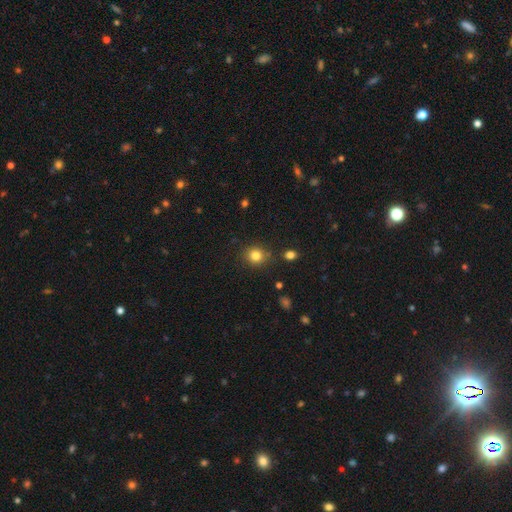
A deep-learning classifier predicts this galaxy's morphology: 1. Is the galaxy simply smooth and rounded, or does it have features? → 82% smooth, 12% star or artifact, 6% featured or disk.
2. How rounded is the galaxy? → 83% round, 16% in between, 1% cigar-shaped.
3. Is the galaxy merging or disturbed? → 83% none, 10% minor disturbance, 4% merger, 3% major disturbance.